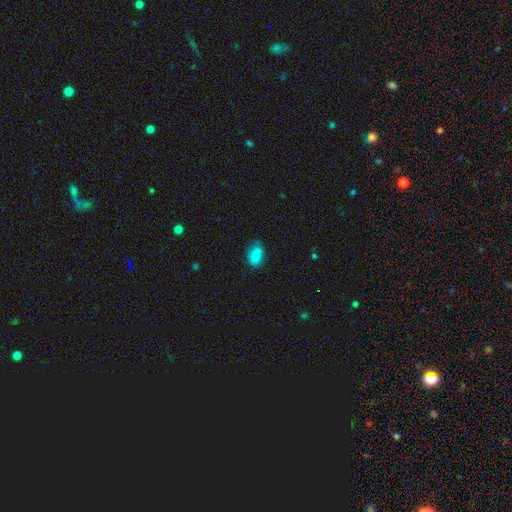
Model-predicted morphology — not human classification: Smooth or featured? smooth (82%)
How rounded? in between (88%)
Merging? none (68%)